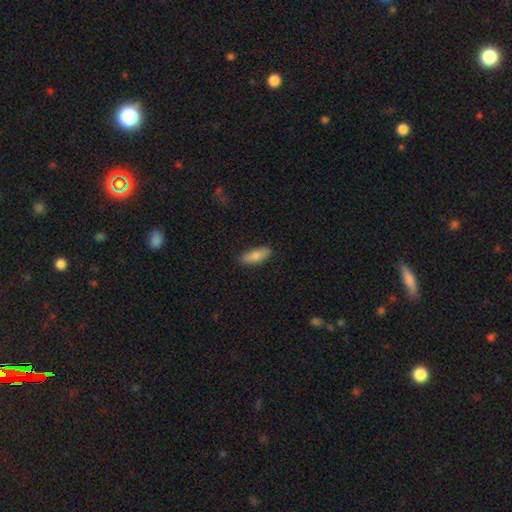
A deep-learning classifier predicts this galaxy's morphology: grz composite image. It shows a smooth galaxy with no disk features (80%) that is in between round and cigar-shaped (72%). Merging: none (84%).